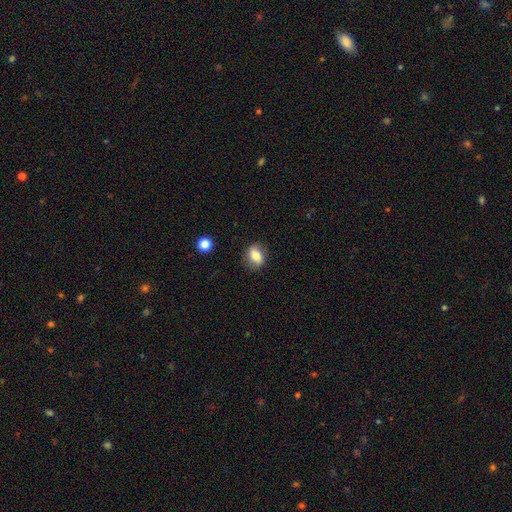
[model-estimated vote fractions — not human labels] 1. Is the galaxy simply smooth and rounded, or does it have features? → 73% smooth, 18% featured or disk, 9% star or artifact.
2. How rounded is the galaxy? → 62% in between, 35% round, 3% cigar-shaped.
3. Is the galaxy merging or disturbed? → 82% none, 13% minor disturbance, 4% major disturbance, 1% merger.